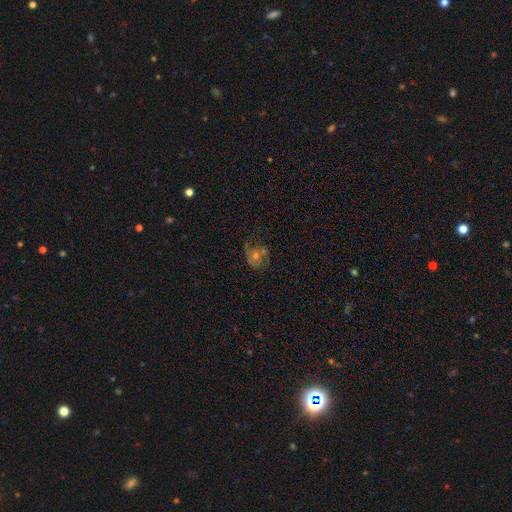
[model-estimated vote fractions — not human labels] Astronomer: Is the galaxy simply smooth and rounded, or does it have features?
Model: featured or disk — 53%.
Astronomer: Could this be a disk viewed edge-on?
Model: no — 97%.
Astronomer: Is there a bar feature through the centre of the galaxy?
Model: no — 80%.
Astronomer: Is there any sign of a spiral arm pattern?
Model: yes — 76%.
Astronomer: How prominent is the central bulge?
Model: moderate — 52% (runner-up: small, 40%).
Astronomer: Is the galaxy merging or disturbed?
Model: none — 59%.